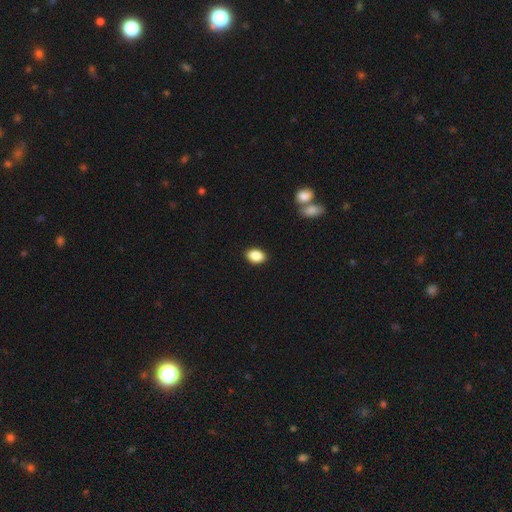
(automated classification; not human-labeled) smooth_or_featured: smooth (p=0.89) [alt: star or artifact p=0.08]
how_rounded: in between (p=0.82) [alt: round p=0.17]
merging: none (p=0.90) [alt: minor disturbance p=0.07]